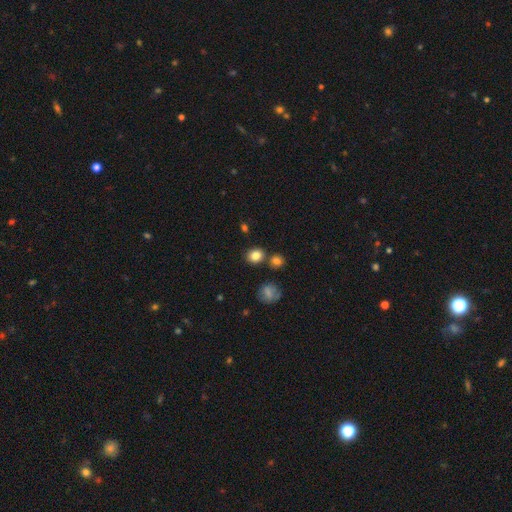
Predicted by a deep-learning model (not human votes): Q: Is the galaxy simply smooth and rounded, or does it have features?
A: smooth — 83%.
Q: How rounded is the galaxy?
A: round — 73%.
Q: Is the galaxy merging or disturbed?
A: none — 76%.